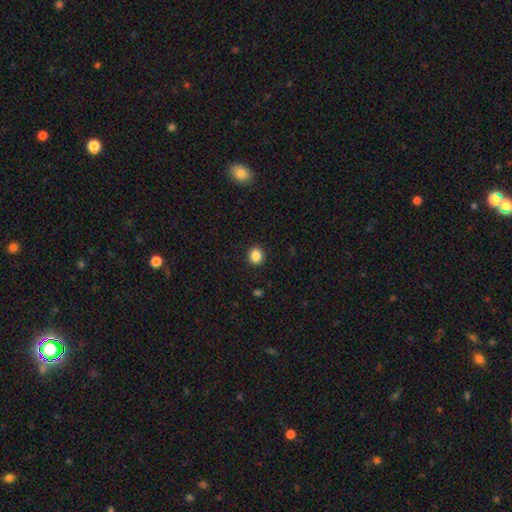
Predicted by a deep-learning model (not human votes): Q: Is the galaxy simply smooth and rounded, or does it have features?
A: smooth — 86%.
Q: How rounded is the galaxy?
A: round — 75%.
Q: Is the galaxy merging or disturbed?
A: none — 91%.